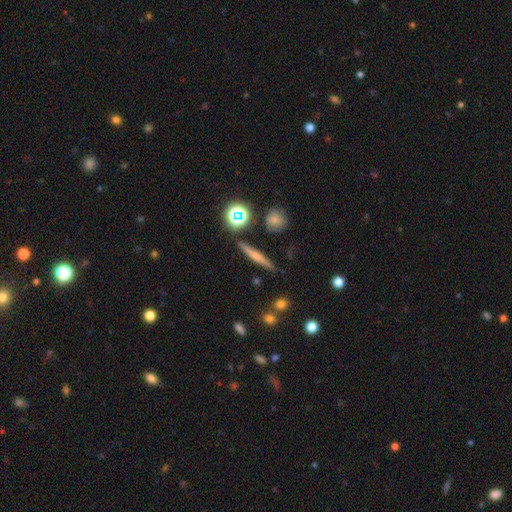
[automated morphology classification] smooth_or_featured: smooth (p=0.45) [alt: featured or disk p=0.43]
merging: none (p=0.85) [alt: minor disturbance p=0.09]